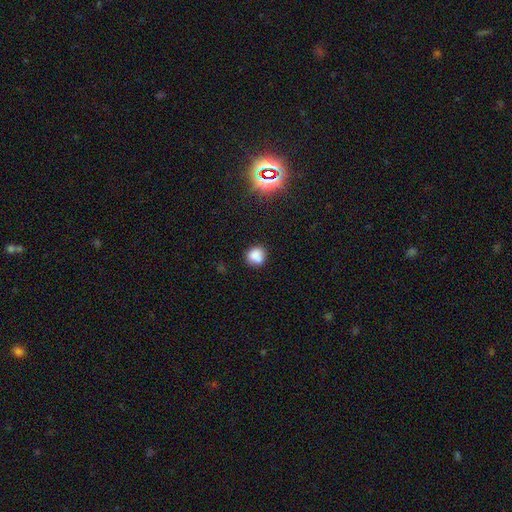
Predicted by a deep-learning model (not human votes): A smooth galaxy with no disk features (80%) that is round (79%). Merging: none (64%).